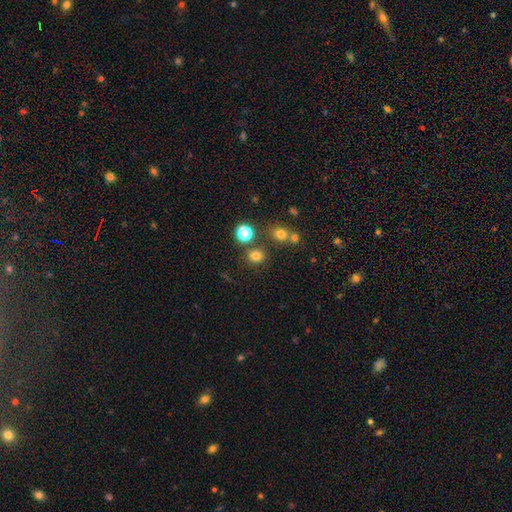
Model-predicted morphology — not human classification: smooth-or-featured: smooth: 75% | star or artifact: 19% | featured or disk: 6%
  how-rounded: round: 81% | in between: 18% | cigar-shaped: 1%
  merging: none: 78% | merger: 9% | minor disturbance: 9% | major disturbance: 4%